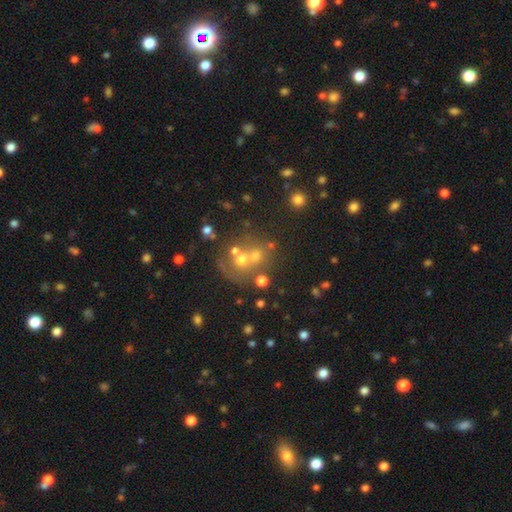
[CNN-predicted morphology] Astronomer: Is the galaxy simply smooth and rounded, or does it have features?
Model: smooth — 52%.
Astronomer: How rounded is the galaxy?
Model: round — 78%.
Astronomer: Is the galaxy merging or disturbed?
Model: none — 45% (runner-up: merger, 36%).